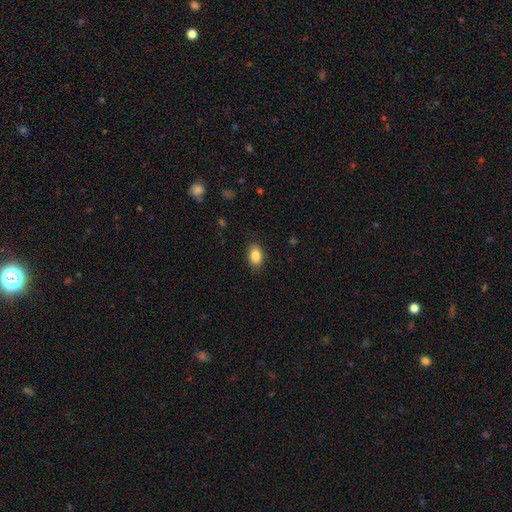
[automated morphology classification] The model was most divided on "how rounded": in between: 86%, round: 13%, cigar-shaped: 1%. More confident: smooth or featured — smooth (87%); merging — none (87%).